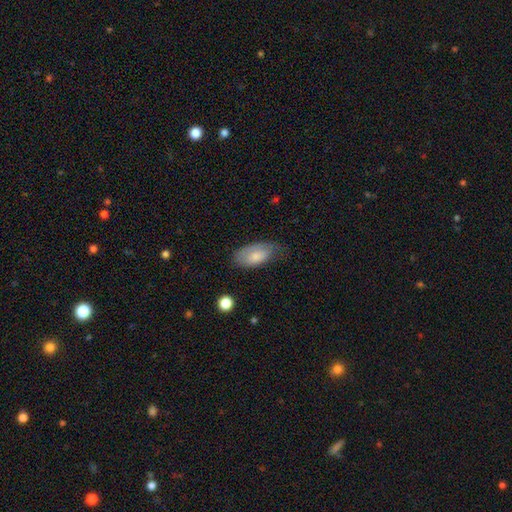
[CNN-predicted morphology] Smooth or featured: smooth — 76% (featured or disk — 18%)
How rounded: in between — 93% (cigar-shaped — 4%)
Merging: none — 50% (minor disturbance — 35%)